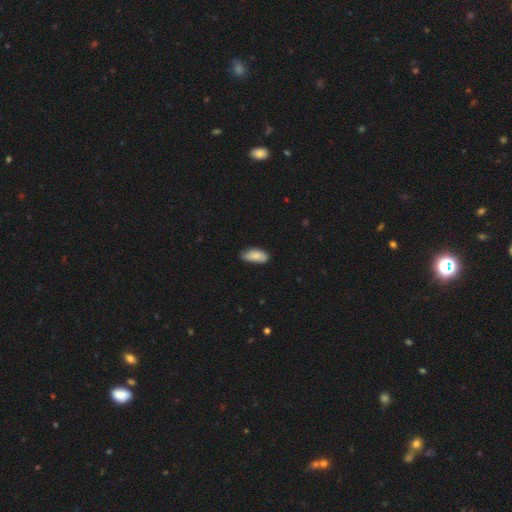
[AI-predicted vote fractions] smooth 82%, featured or disk 11%, star or artifact 6%. Down the decision tree: how rounded — in between (89%); merging — none (70%).